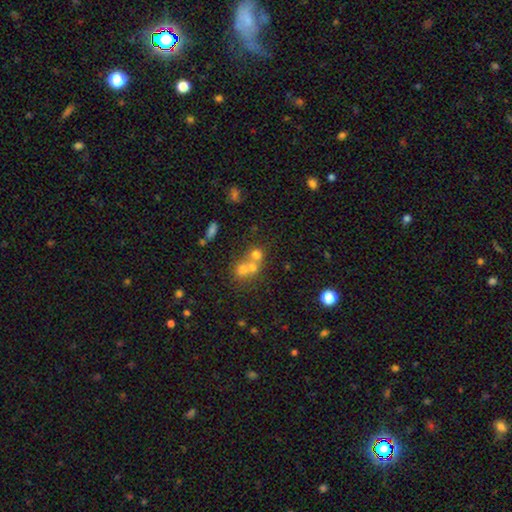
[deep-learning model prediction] Smooth or featured?
  - smooth: 54% *
  - star or artifact: 23%
  - featured or disk: 23%
How rounded?
  - round: 80% *
  - in between: 18%
  - cigar-shaped: 1%
Merging?
  - merger: 55% *
  - none: 35%
  - minor disturbance: 6%
  - major disturbance: 3%